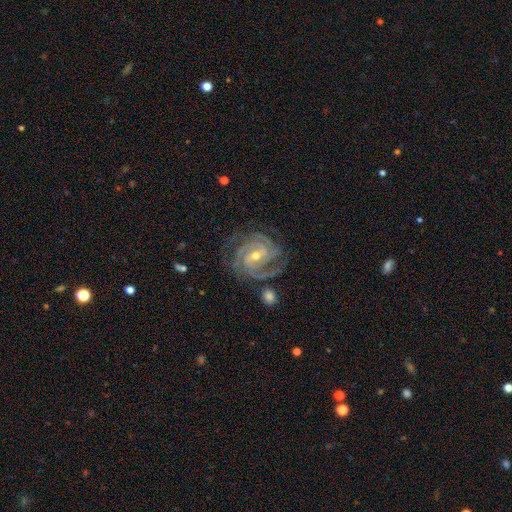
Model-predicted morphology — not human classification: This appears to be a featured or disk galaxy (92%) with a weak bar (42%), 3 (39%) tight (71%) spiral arms (99%) and a small central bulge (50%). Merging: none (74%).